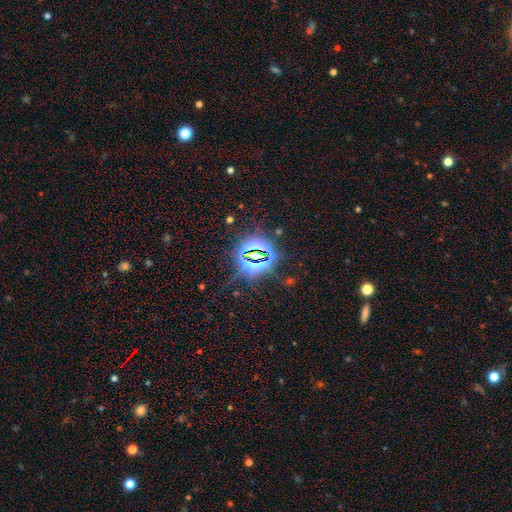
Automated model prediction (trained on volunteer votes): Smooth or featured? star or artifact (82%)